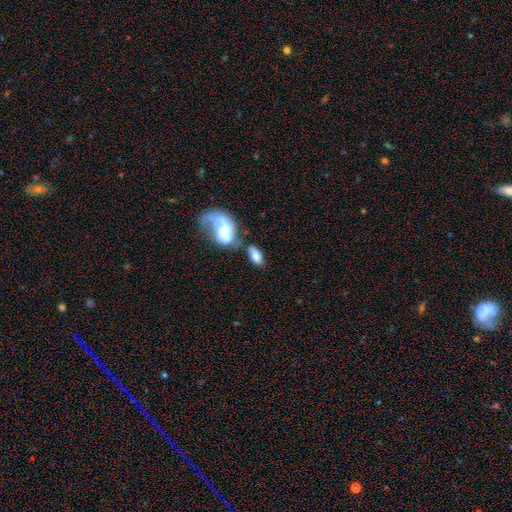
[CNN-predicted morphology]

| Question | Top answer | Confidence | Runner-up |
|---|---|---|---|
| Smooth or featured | smooth | 67% | featured or disk (25%) |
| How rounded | in between | 88% | round (6%) |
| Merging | none | 39% | merger (34%) |